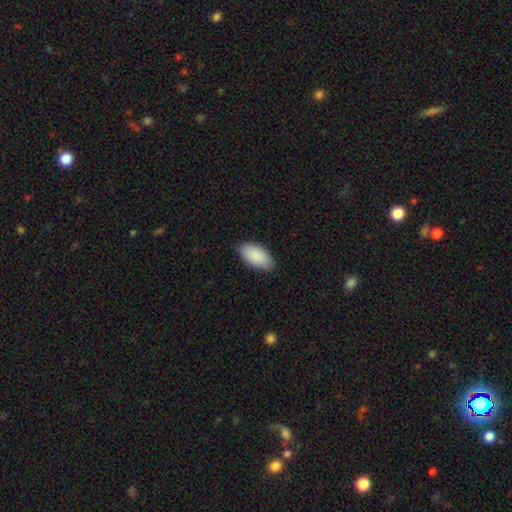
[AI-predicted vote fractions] Smooth or featured: smooth — 90% (star or artifact — 6%)
How rounded: in between — 95% (cigar-shaped — 3%)
Merging: none — 85% (minor disturbance — 12%)